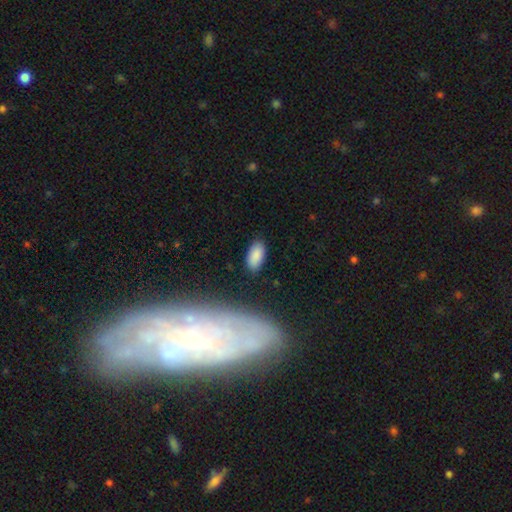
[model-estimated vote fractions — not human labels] The model was most divided on "merging": none: 84%, minor disturbance: 12%, major disturbance: 3%, merger: 2%. More confident: how rounded — in between (94%); smooth or featured — smooth (87%).